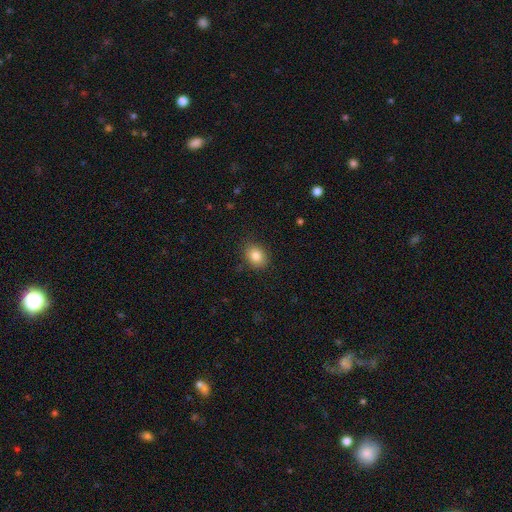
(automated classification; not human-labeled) A smooth galaxy with no disk features (85%) that is in between round and cigar-shaped (57%). Merging: none (85%).